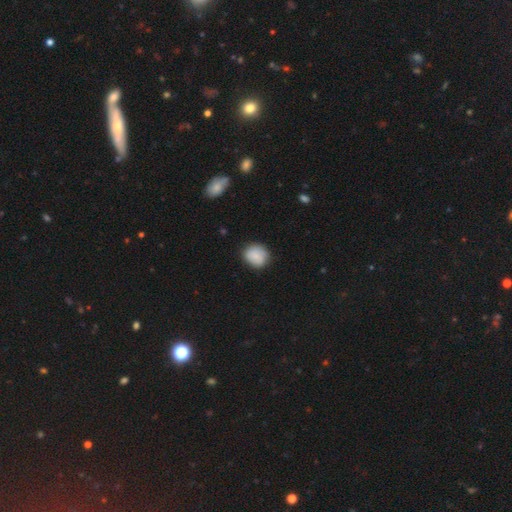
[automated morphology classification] Q: Smooth or featured?
A: smooth (84%); runner-up: featured or disk (8%)
Q: How rounded?
A: round (78%); runner-up: in between (21%)
Q: Merging?
A: none (81%); runner-up: minor disturbance (14%)